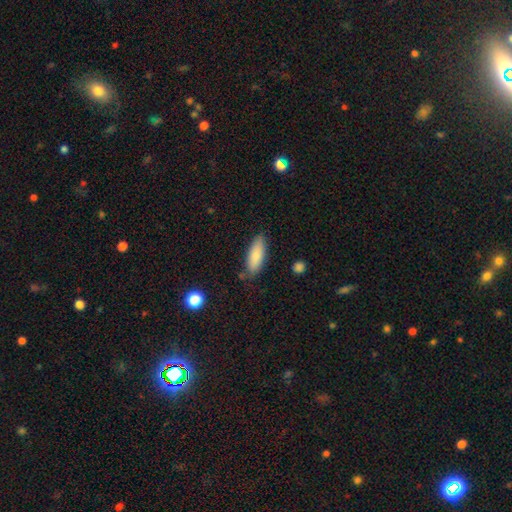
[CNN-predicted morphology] This appears to be a smooth galaxy with no disk features (87%) that is in between round and cigar-shaped (67%). Merging: none (80%).